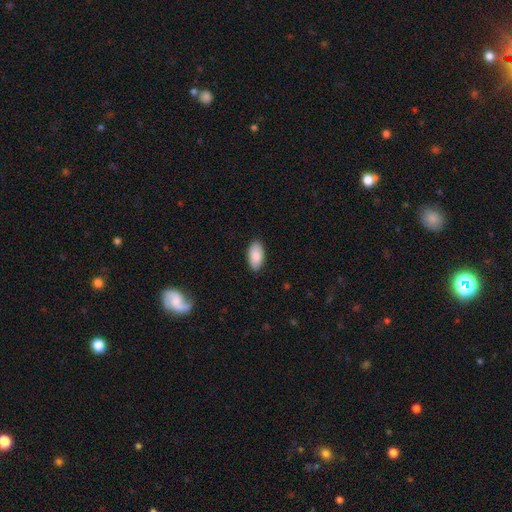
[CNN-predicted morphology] The model was most divided on "merging": none: 87%, minor disturbance: 10%, major disturbance: 2%, merger: 1%. More confident: how rounded — in between (95%); smooth or featured — smooth (87%).